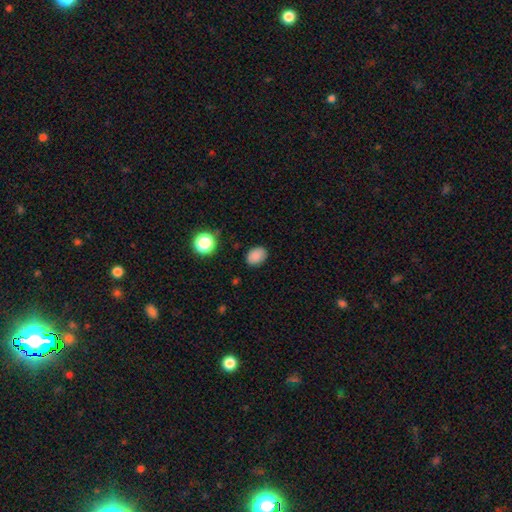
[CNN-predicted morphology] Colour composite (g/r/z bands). It shows a smooth galaxy with no disk features (85%) that is in between round and cigar-shaped (67%). Merging: none (84%).